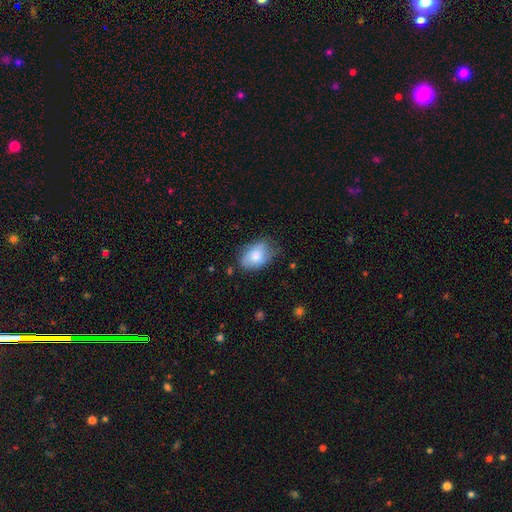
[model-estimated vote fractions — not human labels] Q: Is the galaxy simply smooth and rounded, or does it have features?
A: smooth — 75%.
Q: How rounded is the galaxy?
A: in between — 85%.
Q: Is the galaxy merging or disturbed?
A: none — 57%.